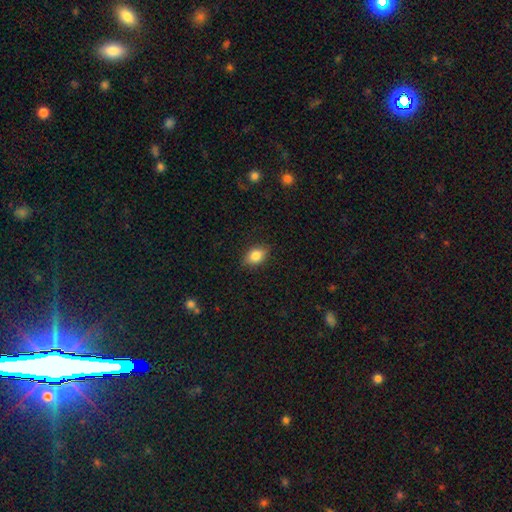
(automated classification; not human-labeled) Smooth or featured? Predicted: smooth (p=0.82). How rounded? Predicted: in between (p=0.79). Merging? Predicted: none (p=0.85).